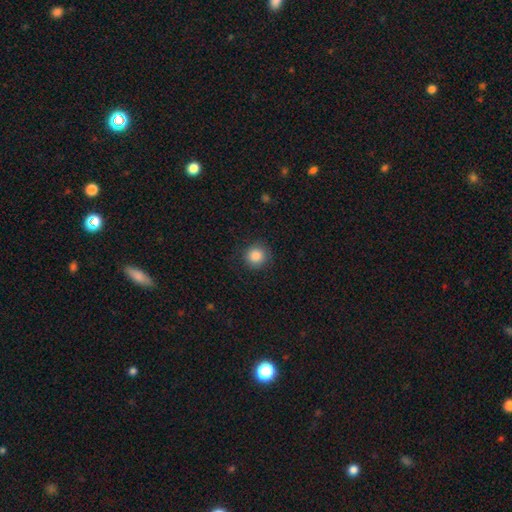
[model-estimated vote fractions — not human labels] Smooth or featured?
  - smooth: 86% *
  - star or artifact: 10%
  - featured or disk: 4%
How rounded?
  - round: 93% *
  - in between: 6%
  - cigar-shaped: 1%
Merging?
  - none: 88% *
  - minor disturbance: 8%
  - major disturbance: 3%
  - merger: 1%